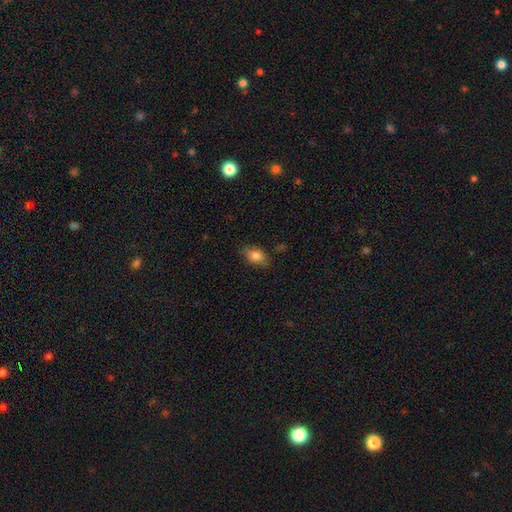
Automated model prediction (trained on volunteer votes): smooth 81%, featured or disk 10%, star or artifact 9%. Down the decision tree: how rounded — in between (85%); merging — none (80%).